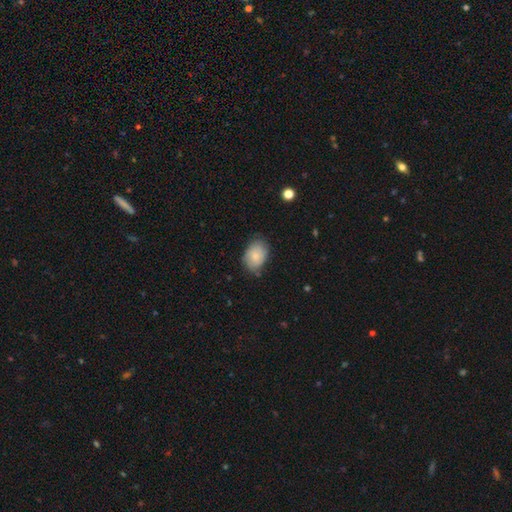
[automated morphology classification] This appears to be a smooth galaxy with no disk features (78%) that is in between round and cigar-shaped (80%). Merging: none (69%).